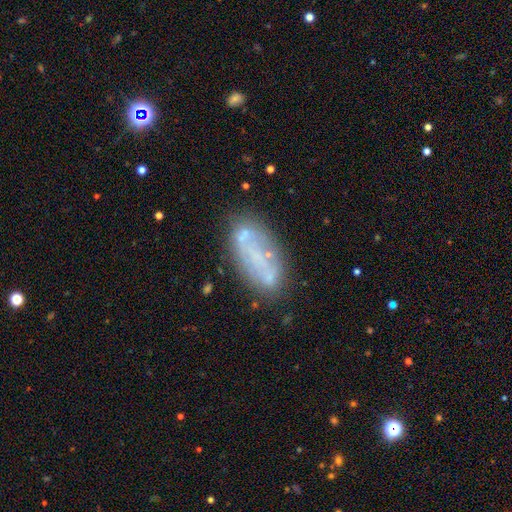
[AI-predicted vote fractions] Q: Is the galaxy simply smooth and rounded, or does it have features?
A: featured or disk — 50%.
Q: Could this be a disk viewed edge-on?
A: no — 91%.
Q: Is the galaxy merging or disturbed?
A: none — 64%.